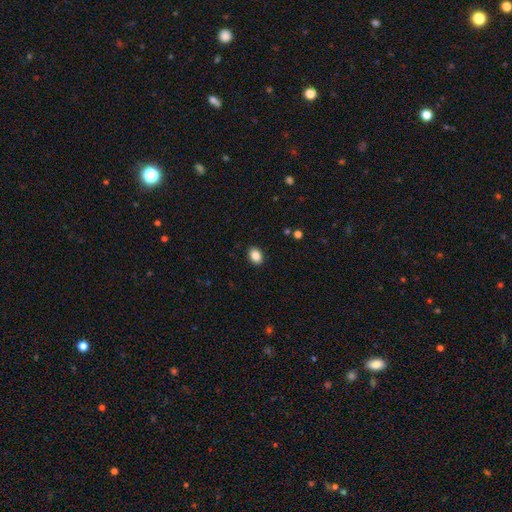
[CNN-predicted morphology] smooth-or-featured: smooth: 86% | star or artifact: 9% | featured or disk: 5%
  how-rounded: in between: 73% | round: 26% | cigar-shaped: 1%
  merging: none: 90% | minor disturbance: 7% | major disturbance: 2% | merger: 1%